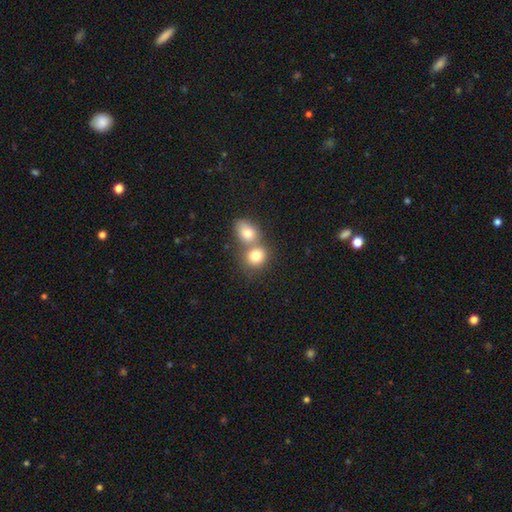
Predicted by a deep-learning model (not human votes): Smooth or featured?
  - smooth: 79% *
  - featured or disk: 11%
  - star or artifact: 10%
How rounded?
  - round: 70% *
  - in between: 29%
  - cigar-shaped: 1%
Merging?
  - merger: 56% *
  - none: 35%
  - minor disturbance: 6%
  - major disturbance: 3%